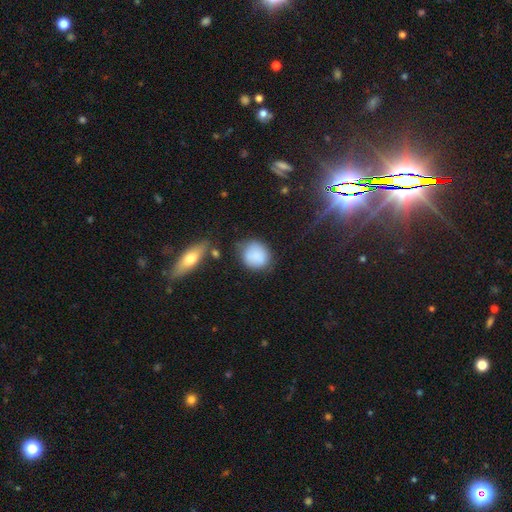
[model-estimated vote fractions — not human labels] Overall: smooth (85%). How rounded: round (72%). Merging: none (65%).